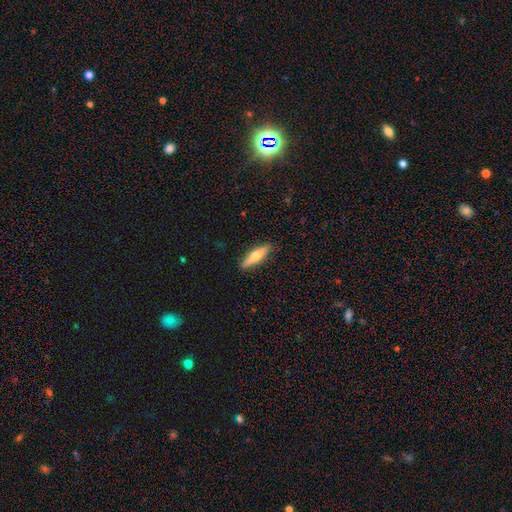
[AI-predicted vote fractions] Morphology: type=smooth (63%); roundness=cigar-shaped (69%); merging=none (88%).